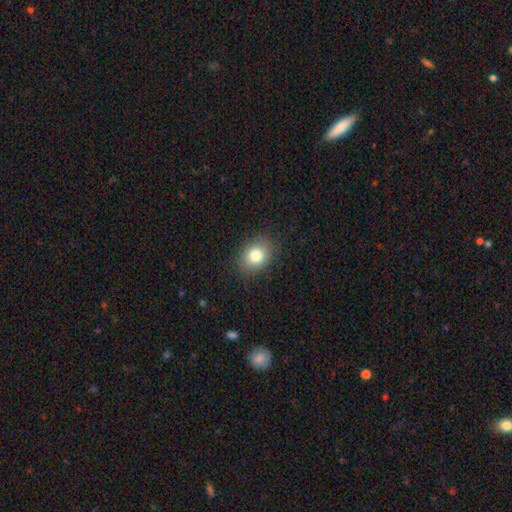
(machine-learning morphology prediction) The model was most divided on "how rounded": in between: 58%, round: 41%, cigar-shaped: 1%. More confident: merging — none (86%); smooth or featured — smooth (80%).